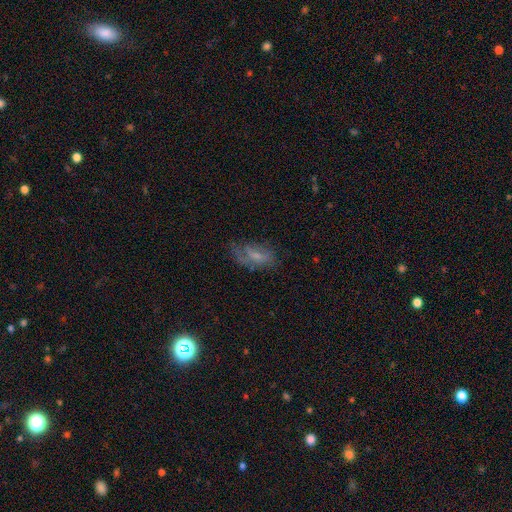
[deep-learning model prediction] Q: Smooth or featured?
A: featured or disk (45%); runner-up: smooth (43%)
Q: Merging?
A: none (45%); runner-up: minor disturbance (27%)